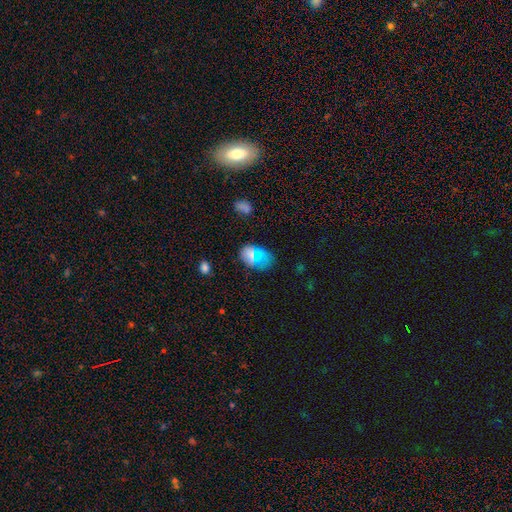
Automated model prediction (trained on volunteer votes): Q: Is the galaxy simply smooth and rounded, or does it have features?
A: smooth — 67%.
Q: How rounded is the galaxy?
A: in between — 86%.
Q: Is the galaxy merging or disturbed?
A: none — 63%.